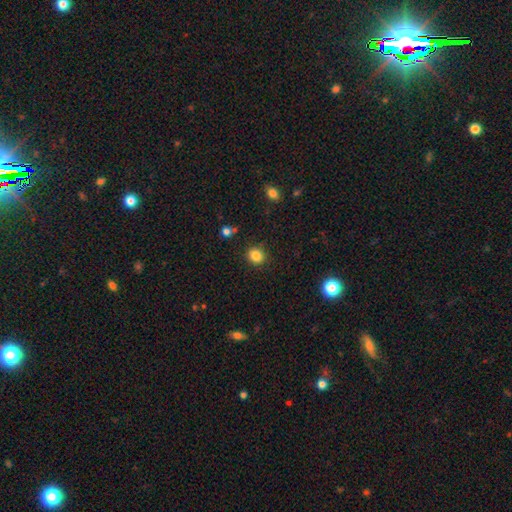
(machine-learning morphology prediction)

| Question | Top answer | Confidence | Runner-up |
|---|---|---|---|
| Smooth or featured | smooth | 84% | star or artifact (11%) |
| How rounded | round | 75% | in between (24%) |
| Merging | none | 87% | minor disturbance (8%) |